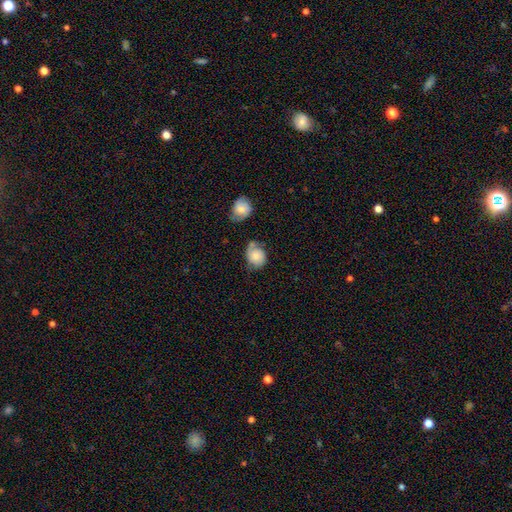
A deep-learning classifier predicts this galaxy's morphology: A smooth galaxy with no disk features (58%) that is round (56%). Merging: none (41%).